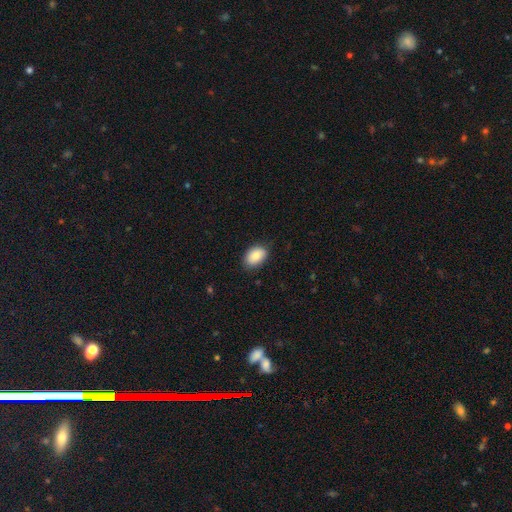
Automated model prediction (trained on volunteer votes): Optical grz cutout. It shows a smooth galaxy with no disk features (86%) that is in between round and cigar-shaped (86%). Merging: none (82%).